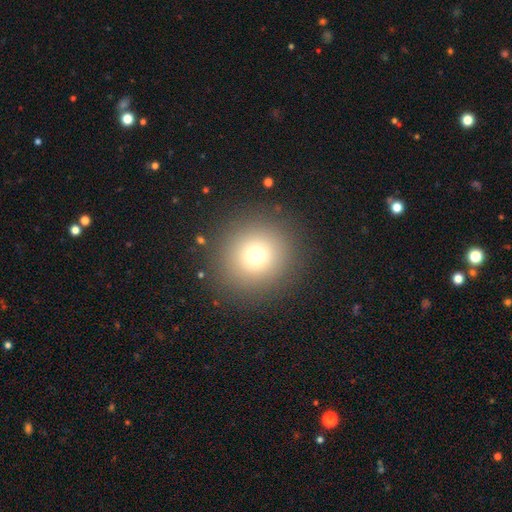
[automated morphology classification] Smooth or featured?
  - smooth: 72% *
  - star or artifact: 17%
  - featured or disk: 10%
How rounded?
  - round: 94% *
  - in between: 5%
  - cigar-shaped: 1%
Merging?
  - none: 89% *
  - minor disturbance: 6%
  - major disturbance: 4%
  - merger: 1%